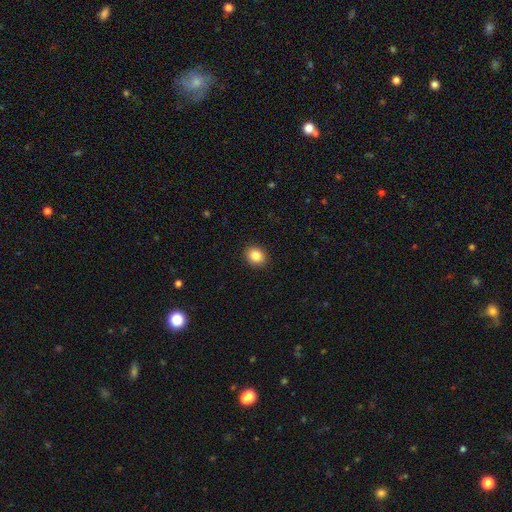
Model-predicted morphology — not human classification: Q: Smooth or featured?
A: smooth (86%); runner-up: star or artifact (9%)
Q: How rounded?
A: round (65%); runner-up: in between (34%)
Q: Merging?
A: none (91%); runner-up: minor disturbance (6%)